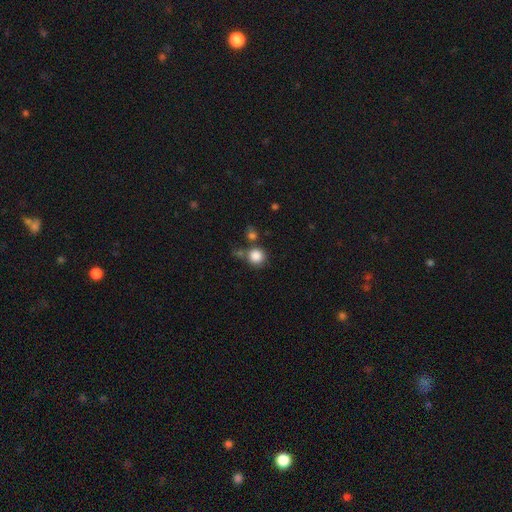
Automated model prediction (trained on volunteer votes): Smooth or featured?
  - smooth: 85% *
  - star or artifact: 10%
  - featured or disk: 5%
How rounded?
  - round: 90% *
  - in between: 9%
  - cigar-shaped: 1%
Merging?
  - none: 62% *
  - merger: 18%
  - minor disturbance: 14%
  - major disturbance: 6%